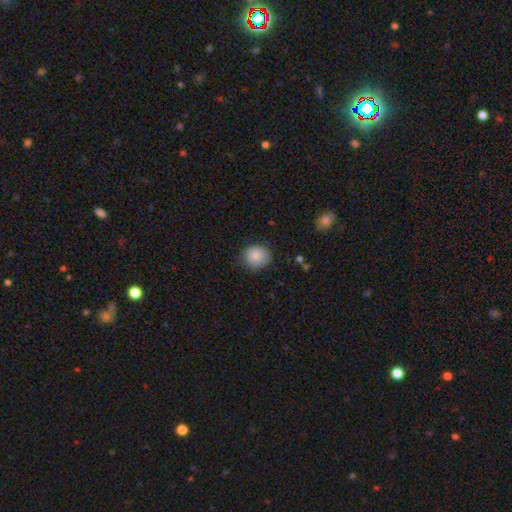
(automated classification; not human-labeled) smooth_or_featured: smooth (p=0.85) [alt: star or artifact p=0.09]
how_rounded: round (p=0.82) [alt: in between p=0.17]
merging: none (p=0.79) [alt: minor disturbance p=0.16]